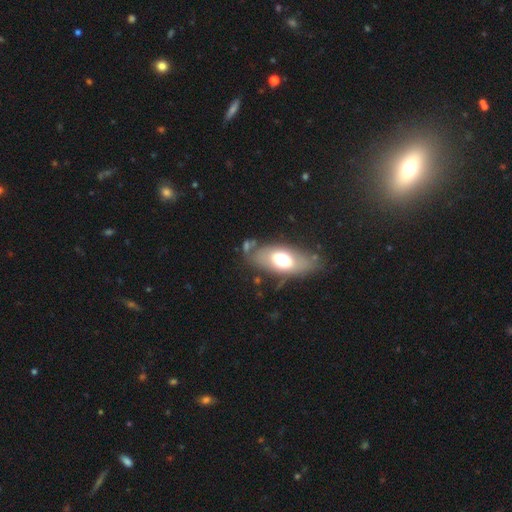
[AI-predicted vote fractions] Morphology: type=featured or disk (54%); edge-on=no (71%); merging=none (70%).